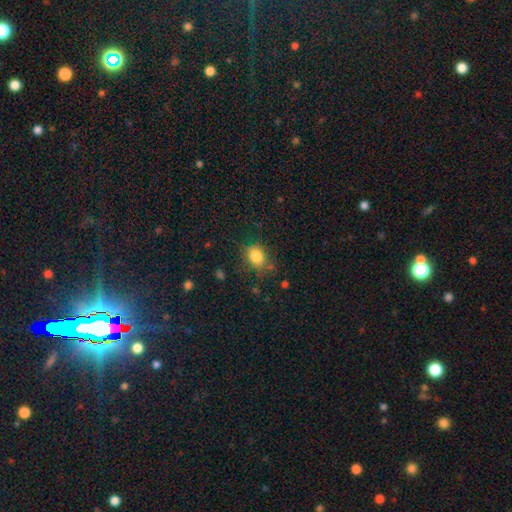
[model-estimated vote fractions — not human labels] Smooth or featured: smooth — 84% (star or artifact — 11%)
How rounded: round — 50% (in between — 49%)
Merging: none — 72% (minor disturbance — 18%)